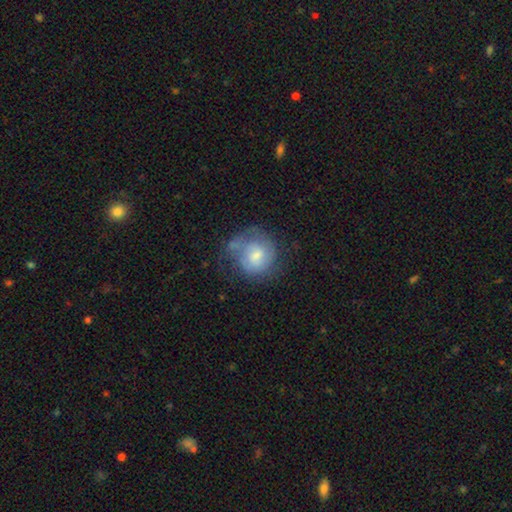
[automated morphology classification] Smooth or featured? Predicted: featured or disk (p=0.50). Merging? Predicted: none (p=0.53).